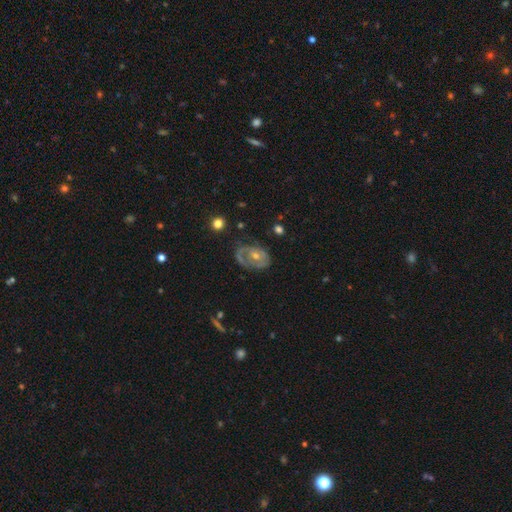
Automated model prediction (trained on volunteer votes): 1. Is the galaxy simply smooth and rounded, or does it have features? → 68% featured or disk, 23% smooth, 9% star or artifact.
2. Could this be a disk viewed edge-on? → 96% no, 4% yes.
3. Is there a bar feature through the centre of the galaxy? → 82% no, 15% weak, 4% strong.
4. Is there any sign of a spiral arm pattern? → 58% yes, 42% no.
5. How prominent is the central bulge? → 50% moderate, 46% small, 2% large, 1% none, 1% dominant.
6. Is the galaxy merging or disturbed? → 58% none, 24% minor disturbance, 15% major disturbance, 2% merger.